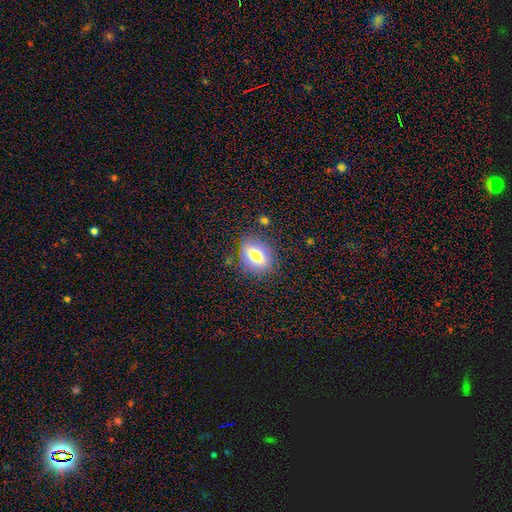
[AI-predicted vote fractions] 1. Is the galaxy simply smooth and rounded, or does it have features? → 68% smooth, 22% featured or disk, 10% star or artifact.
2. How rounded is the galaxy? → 63% in between, 32% round, 5% cigar-shaped.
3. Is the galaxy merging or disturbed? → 80% none, 13% minor disturbance, 5% major disturbance, 2% merger.